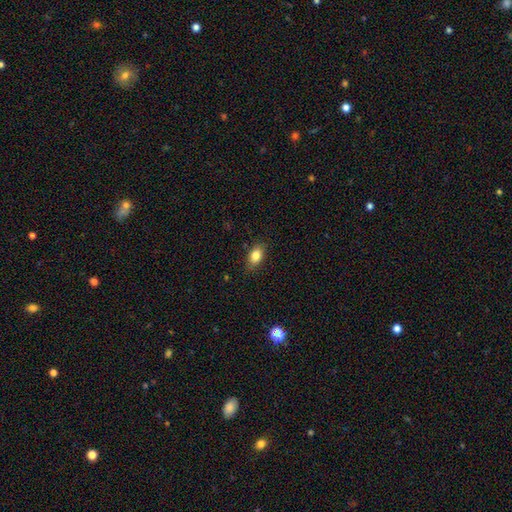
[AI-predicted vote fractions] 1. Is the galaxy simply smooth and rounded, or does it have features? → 83% smooth, 9% star or artifact, 8% featured or disk.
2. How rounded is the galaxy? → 85% in between, 12% round, 3% cigar-shaped.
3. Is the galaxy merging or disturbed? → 85% none, 12% minor disturbance, 3% major disturbance, 1% merger.